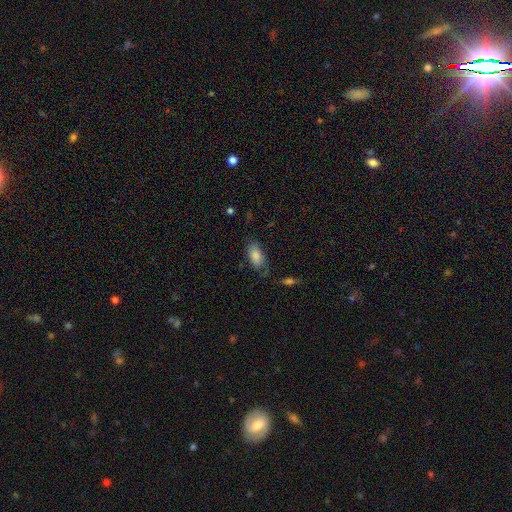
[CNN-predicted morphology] This is clearly a smooth galaxy (80%). How rounded: clearly in between (91%). Merging: possibly none (60%).